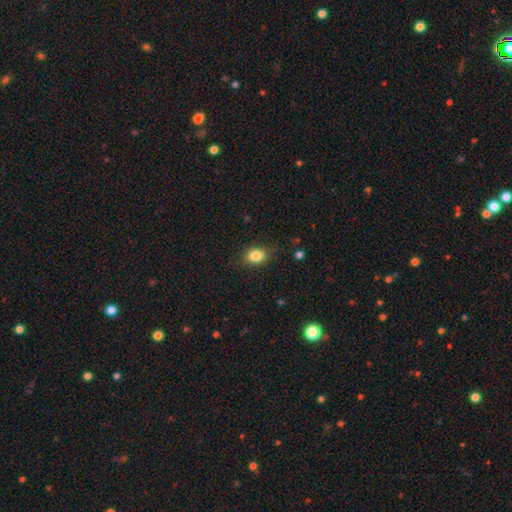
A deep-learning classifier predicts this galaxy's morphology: Smooth or featured: smooth — 83% (star or artifact — 10%)
How rounded: in between — 59% (round — 39%)
Merging: none — 81% (minor disturbance — 15%)